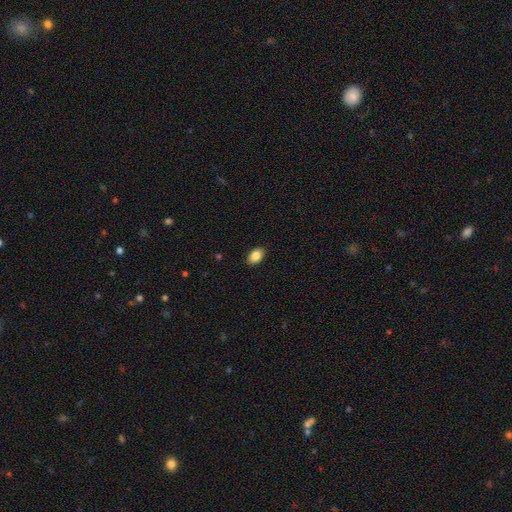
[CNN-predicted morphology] Smooth or featured: smooth — 86% (star or artifact — 8%)
How rounded: in between — 90% (round — 8%)
Merging: none — 89% (minor disturbance — 8%)